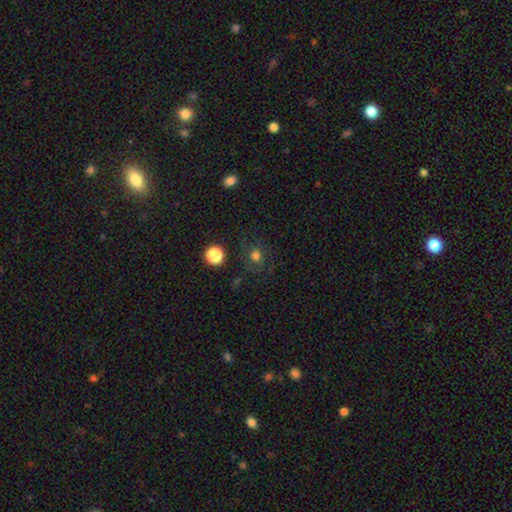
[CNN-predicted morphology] Overall: smooth (69%). How rounded: round (82%). Merging: none (77%).